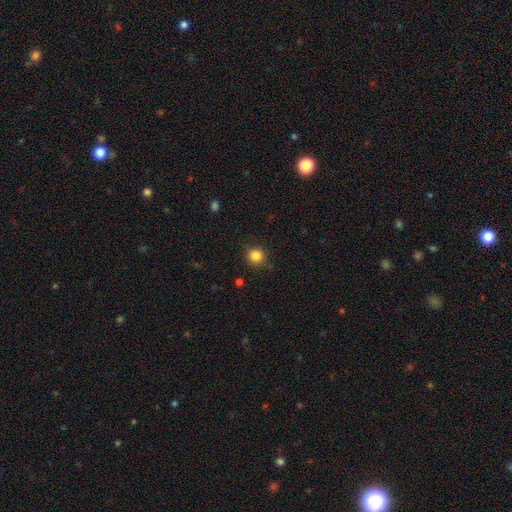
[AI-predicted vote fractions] Q: Smooth or featured?
A: smooth (85%); runner-up: star or artifact (11%)
Q: How rounded?
A: round (93%); runner-up: in between (6%)
Q: Merging?
A: none (86%); runner-up: minor disturbance (10%)